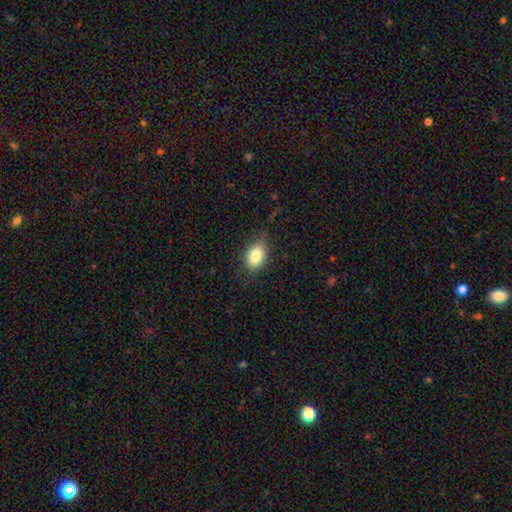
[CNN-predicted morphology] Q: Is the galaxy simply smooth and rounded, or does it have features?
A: smooth — 82%.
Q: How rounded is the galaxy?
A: in between — 80%.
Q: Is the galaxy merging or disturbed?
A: none — 74%.